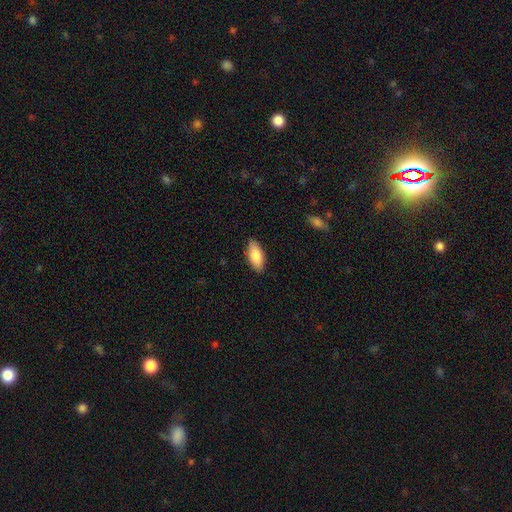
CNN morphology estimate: Overall: smooth (86%). How rounded: in between (85%). Merging: none (88%).